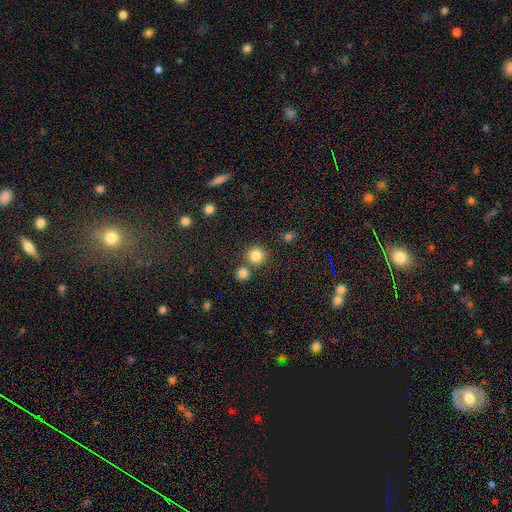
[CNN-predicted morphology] Smooth or featured? Predicted: smooth (p=0.83). How rounded? Predicted: round (p=0.93). Merging? Predicted: none (p=0.75).